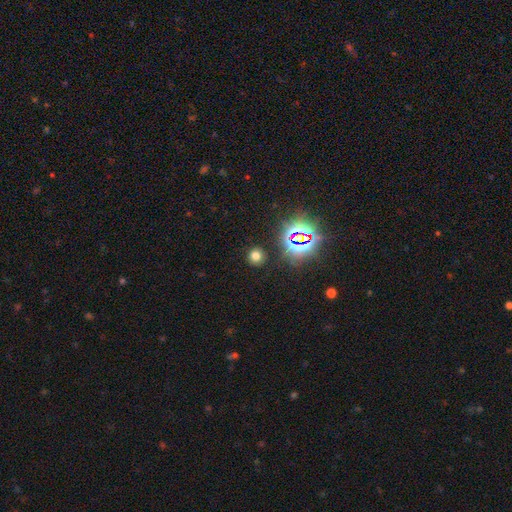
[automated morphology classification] Smooth or featured? Predicted: smooth (p=0.67). How rounded? Predicted: round (p=0.90). Merging? Predicted: none (p=0.89).